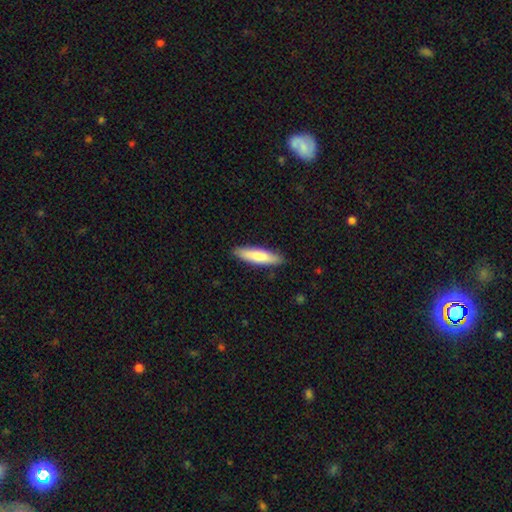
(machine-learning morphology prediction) This is likely a smooth galaxy (78%). How rounded: likely cigar-shaped (73%). Merging: clearly none (89%).